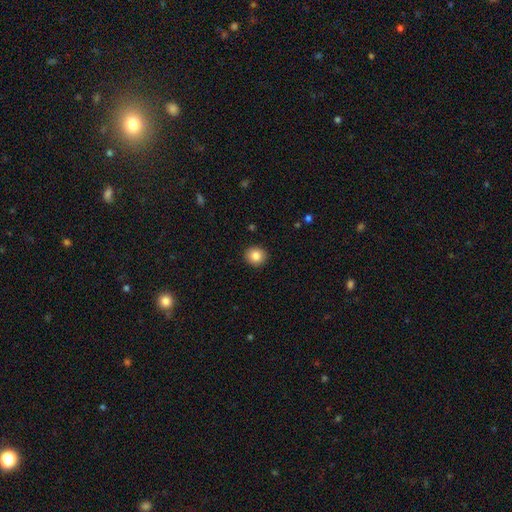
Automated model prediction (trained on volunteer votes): smooth_or_featured: smooth (p=0.84) [alt: star or artifact p=0.09]
how_rounded: round (p=0.87) [alt: in between p=0.12]
merging: none (p=0.92) [alt: minor disturbance p=0.05]